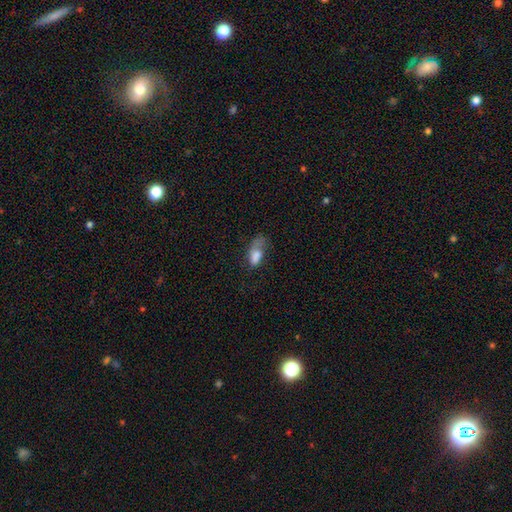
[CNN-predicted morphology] Q: Smooth or featured?
A: smooth (73%); runner-up: featured or disk (18%)
Q: How rounded?
A: in between (86%); runner-up: cigar-shaped (9%)
Q: Merging?
A: major disturbance (42%); runner-up: minor disturbance (28%)